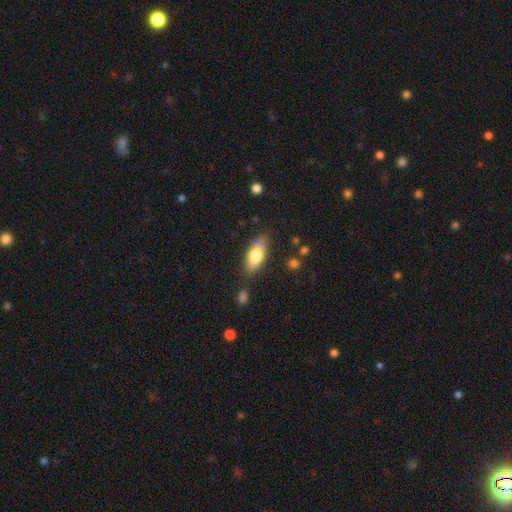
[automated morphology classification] Smooth or featured? smooth (74%)
How rounded? in between (81%)
Merging? none (74%)